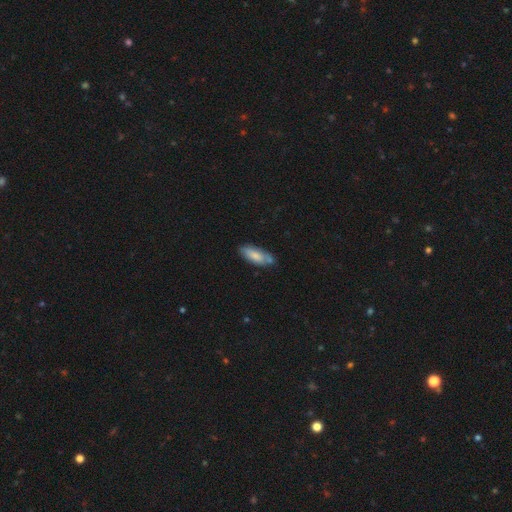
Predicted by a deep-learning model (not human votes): Overall: smooth (76%). How rounded: in between (70%). Merging: none (65%).